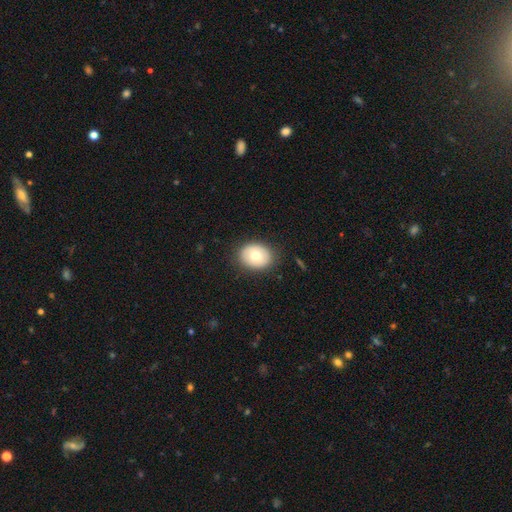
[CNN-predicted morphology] Q: Smooth or featured?
A: smooth (71%); runner-up: featured or disk (22%)
Q: How rounded?
A: in between (54%); runner-up: round (45%)
Q: Merging?
A: none (87%); runner-up: minor disturbance (10%)